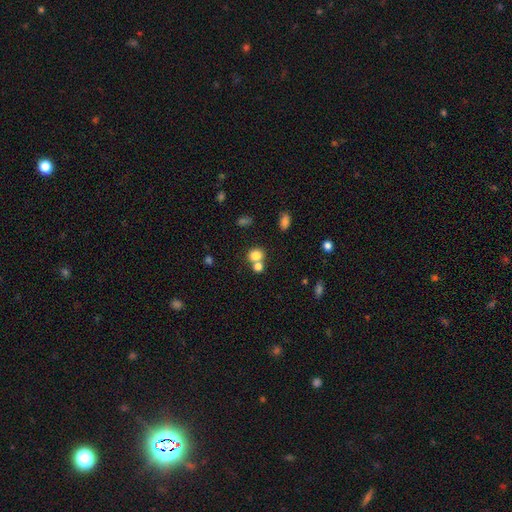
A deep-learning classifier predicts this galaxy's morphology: Smooth or featured?
  - smooth: 78% *
  - star or artifact: 13%
  - featured or disk: 9%
How rounded?
  - round: 72% *
  - in between: 27%
  - cigar-shaped: 1%
Merging?
  - none: 48% *
  - merger: 41%
  - minor disturbance: 8%
  - major disturbance: 3%